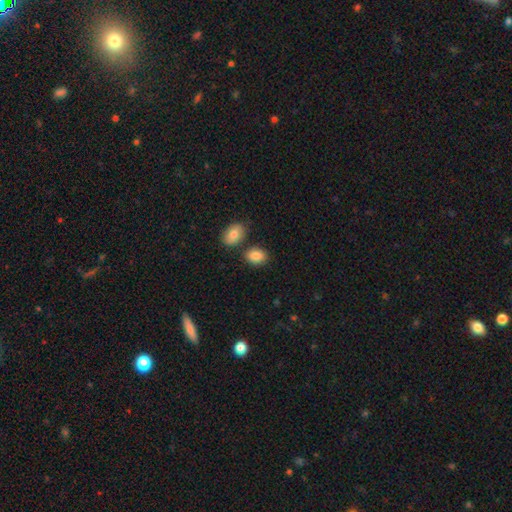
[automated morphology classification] Q: Smooth or featured?
A: smooth (86%); runner-up: star or artifact (8%)
Q: How rounded?
A: in between (77%); runner-up: round (22%)
Q: Merging?
A: none (73%); runner-up: minor disturbance (12%)